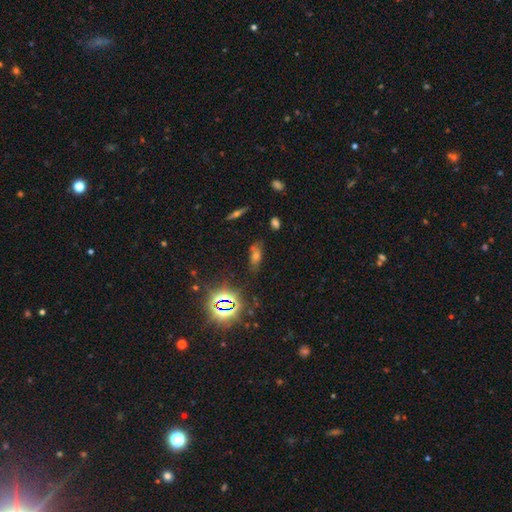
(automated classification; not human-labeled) smooth-or-featured: star or artifact: 44% | smooth: 38% | featured or disk: 17%